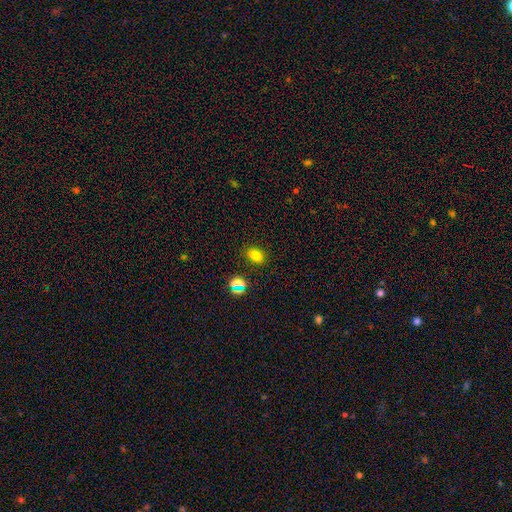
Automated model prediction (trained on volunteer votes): This is likely a smooth galaxy (75%). How rounded: likely in between (72%). Merging: clearly none (86%).